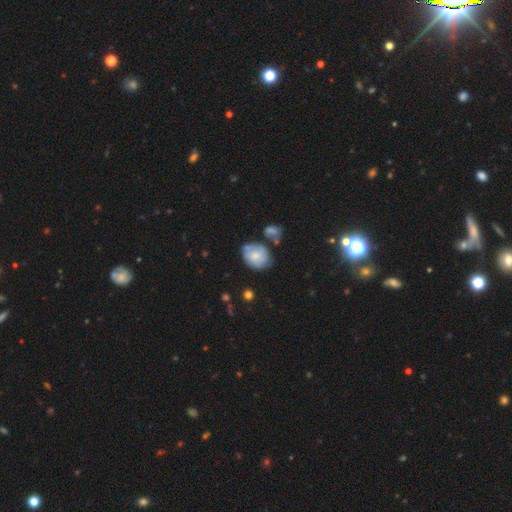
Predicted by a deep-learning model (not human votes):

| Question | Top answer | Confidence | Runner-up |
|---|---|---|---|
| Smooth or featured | smooth | 60% | featured or disk (33%) |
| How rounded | in between | 57% | round (42%) |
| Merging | none | 50% | minor disturbance (27%) |